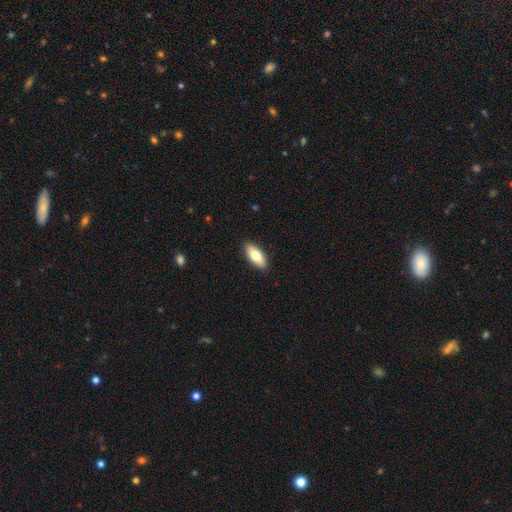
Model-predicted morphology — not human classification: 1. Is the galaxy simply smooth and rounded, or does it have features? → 81% smooth, 14% featured or disk, 6% star or artifact.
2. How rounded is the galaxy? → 82% in between, 15% cigar-shaped, 2% round.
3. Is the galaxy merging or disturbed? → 90% none, 8% minor disturbance, 2% major disturbance, 1% merger.